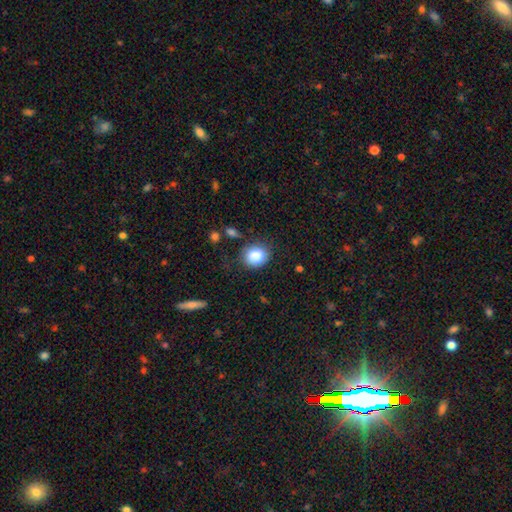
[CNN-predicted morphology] The model was most divided on "how rounded": round: 66%, in between: 33%, cigar-shaped: 1%. More confident: smooth or featured — smooth (86%); merging — none (73%).